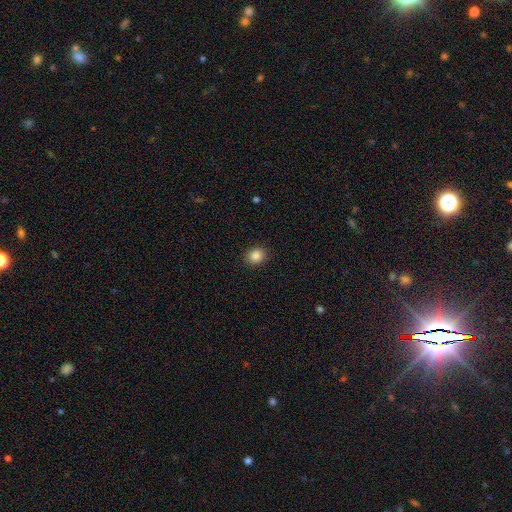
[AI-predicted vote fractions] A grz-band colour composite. It shows a smooth galaxy with no disk features (86%) that is round (63%). Merging: none (90%).